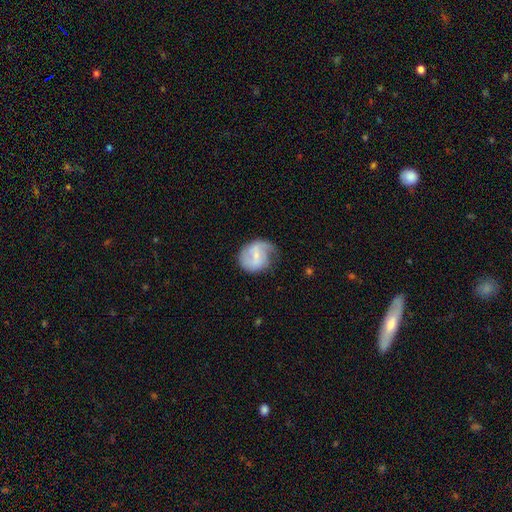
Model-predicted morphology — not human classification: A featured or disk galaxy (60%) with a weak bar (54%), spiral arms (84%) and a small central bulge (58%).

Vote fractions:
- Smooth or featured? featured or disk: 60% / smooth: 33% / star or artifact: 7%
- Edge-on disk? no: 98% / yes: 2%
- Bar? weak: 54% / no: 27% / strong: 19%
- Spiral arms? yes: 84% / no: 16%
- Bulge size? small: 58% / moderate: 26% / none: 13% / large: 2% / dominant: 1%
- Merging? none: 53% / minor disturbance: 30% / major disturbance: 15% / merger: 2%